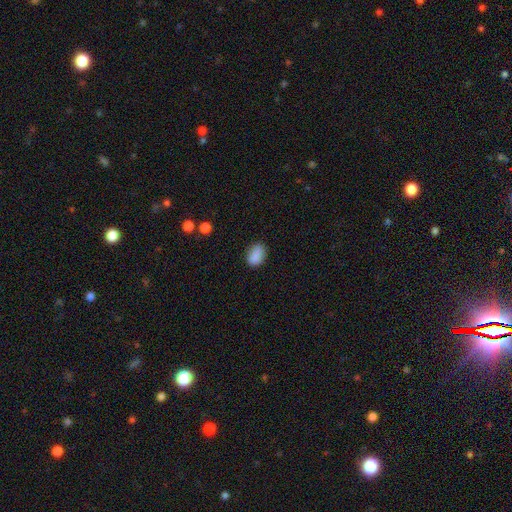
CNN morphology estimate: Smooth or featured? smooth (87%)
How rounded? in between (81%)
Merging? none (78%)